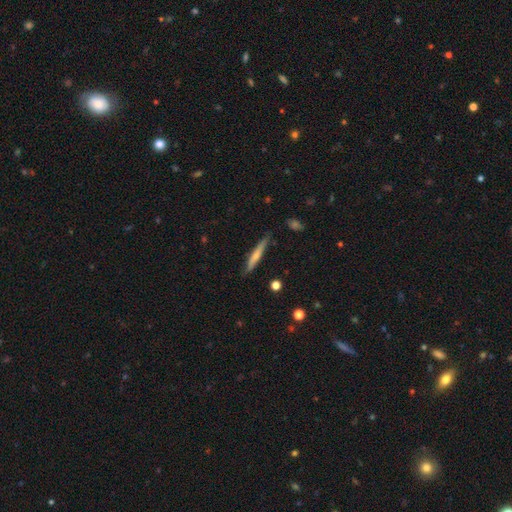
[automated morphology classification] The model was most divided on "smooth or featured": smooth: 58%, featured or disk: 36%, star or artifact: 6%. More confident: how rounded — cigar-shaped (93%); merging — none (82%).